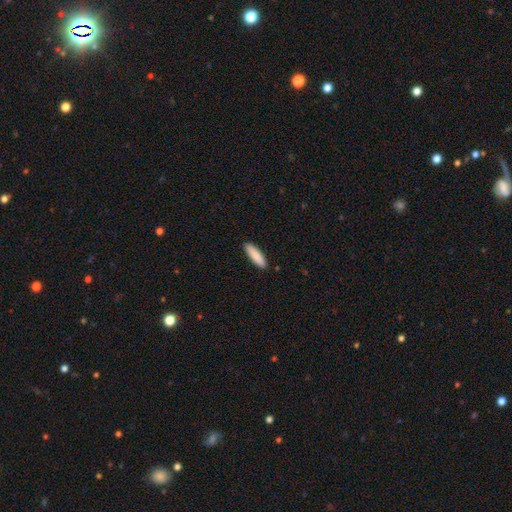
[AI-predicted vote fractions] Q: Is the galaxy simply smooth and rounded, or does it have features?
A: smooth — 88%.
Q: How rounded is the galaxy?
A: cigar-shaped — 66%.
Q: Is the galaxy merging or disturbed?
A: none — 90%.